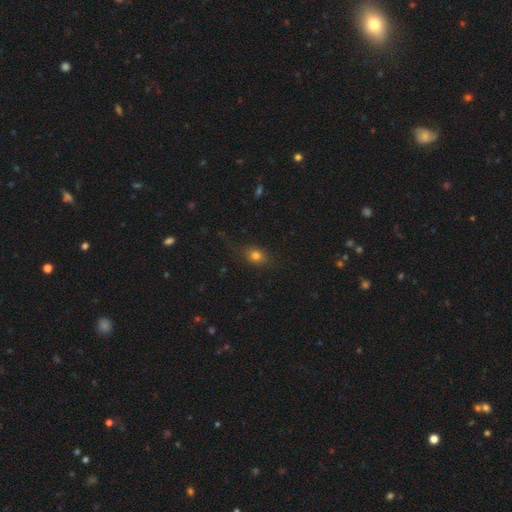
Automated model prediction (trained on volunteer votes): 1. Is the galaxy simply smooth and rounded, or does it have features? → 76% smooth, 14% star or artifact, 11% featured or disk.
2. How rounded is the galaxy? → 59% in between, 37% round, 4% cigar-shaped.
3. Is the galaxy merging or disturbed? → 77% none, 16% minor disturbance, 6% major disturbance, 1% merger.